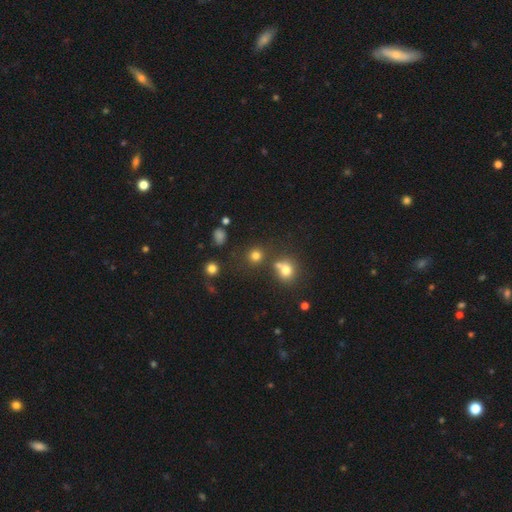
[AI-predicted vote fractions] Smooth or featured?
  - smooth: 75% *
  - star or artifact: 18%
  - featured or disk: 7%
How rounded?
  - round: 88% *
  - in between: 11%
  - cigar-shaped: 1%
Merging?
  - none: 72% *
  - merger: 15%
  - minor disturbance: 9%
  - major disturbance: 4%